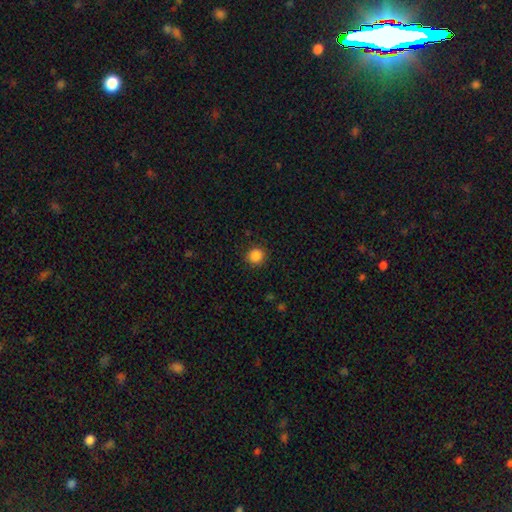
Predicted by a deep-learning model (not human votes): Smooth or featured: smooth — 87% (star or artifact — 11%)
How rounded: round — 90% (in between — 9%)
Merging: none — 90% (minor disturbance — 7%)